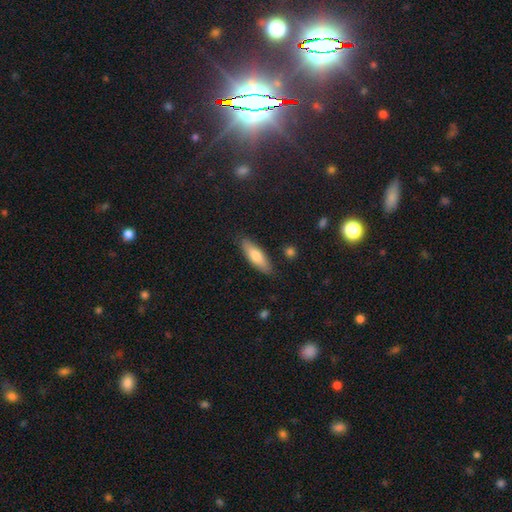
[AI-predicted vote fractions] smooth 74%, featured or disk 20%, star or artifact 6%. Down the decision tree: how rounded — in between (51%); merging — none (86%).